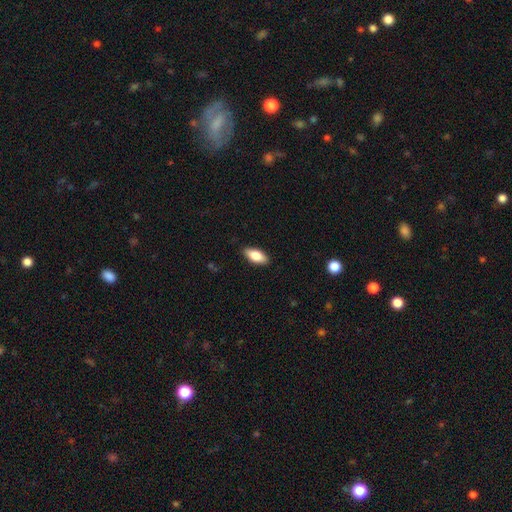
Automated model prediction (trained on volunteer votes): The model was most divided on "smooth or featured": smooth: 80%, featured or disk: 14%, star or artifact: 6%. More confident: merging — none (88%); how rounded — in between (85%).